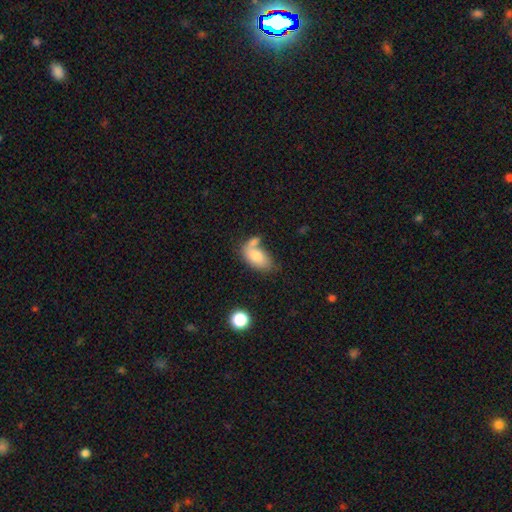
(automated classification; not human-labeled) smooth 77%, featured or disk 16%, star or artifact 8%. Down the decision tree: how rounded — in between (92%); merging — merger (37%).